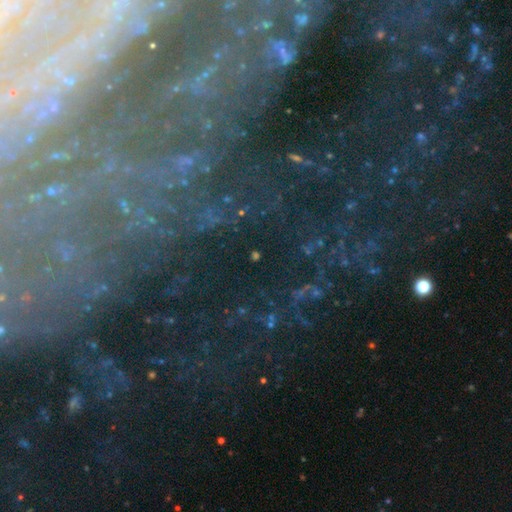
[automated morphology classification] This is likely a star or artifact rather than a galaxy (66%).